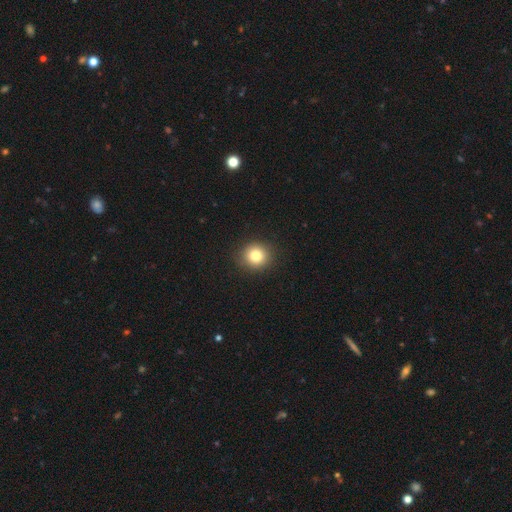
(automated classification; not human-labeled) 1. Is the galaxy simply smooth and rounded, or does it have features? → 82% smooth, 11% star or artifact, 7% featured or disk.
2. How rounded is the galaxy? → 88% round, 11% in between, 1% cigar-shaped.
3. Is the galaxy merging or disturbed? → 91% none, 7% minor disturbance, 2% major disturbance, 1% merger.